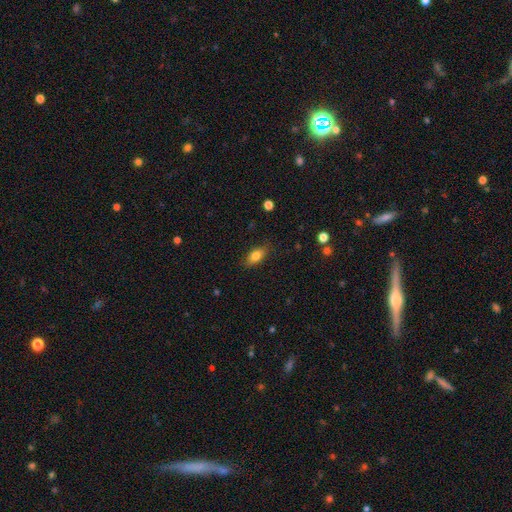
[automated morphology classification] This is likely a smooth galaxy (79%). How rounded: clearly in between (85%). Merging: clearly none (84%).